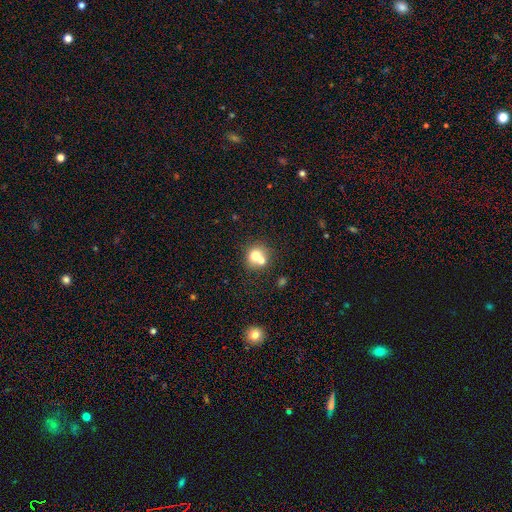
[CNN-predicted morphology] Smooth or featured: smooth — 68% (featured or disk — 19%)
How rounded: round — 81% (in between — 18%)
Merging: merger — 49% (none — 40%)